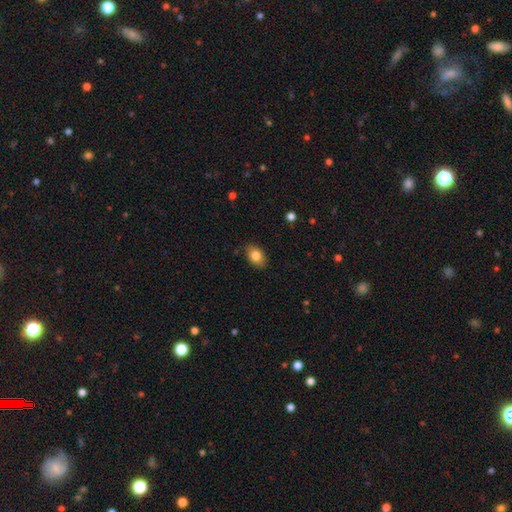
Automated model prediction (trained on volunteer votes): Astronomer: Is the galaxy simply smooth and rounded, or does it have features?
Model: smooth — 82%.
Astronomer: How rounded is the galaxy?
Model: in between — 82%.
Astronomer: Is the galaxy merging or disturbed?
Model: none — 86%.